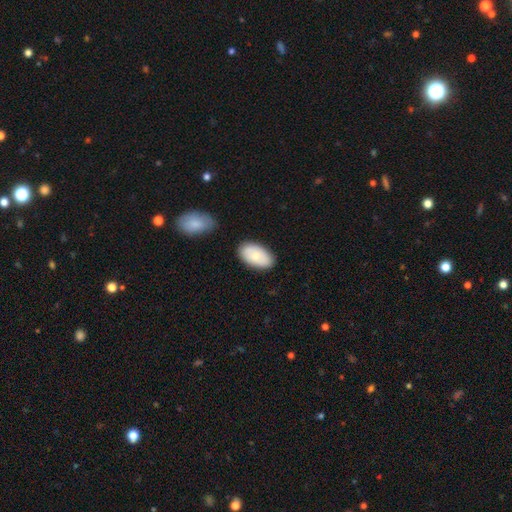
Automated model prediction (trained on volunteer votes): Smooth or featured? Predicted: smooth (p=0.76). How rounded? Predicted: in between (p=0.95). Merging? Predicted: none (p=0.80).